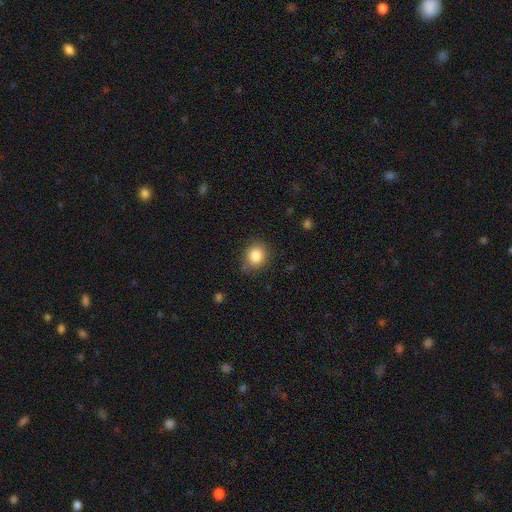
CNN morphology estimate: Smooth or featured: smooth — 85% (star or artifact — 10%)
How rounded: round — 74% (in between — 25%)
Merging: none — 79% (minor disturbance — 16%)